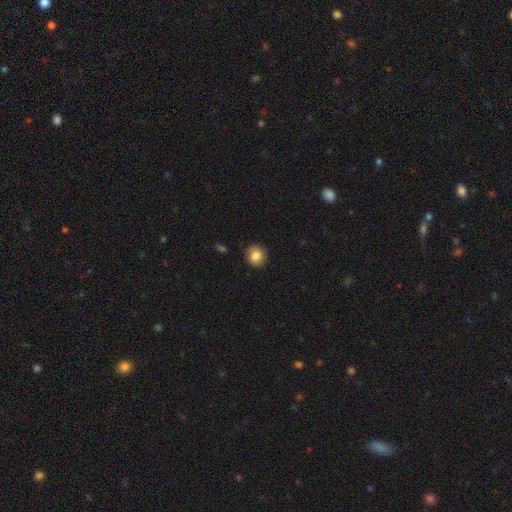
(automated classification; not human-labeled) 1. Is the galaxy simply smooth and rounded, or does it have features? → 84% smooth, 9% star or artifact, 7% featured or disk.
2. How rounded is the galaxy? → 86% round, 13% in between, 1% cigar-shaped.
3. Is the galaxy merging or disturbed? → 90% none, 8% minor disturbance, 2% major disturbance, 1% merger.